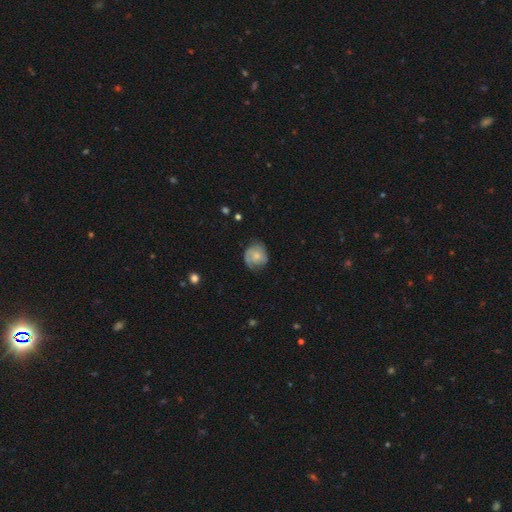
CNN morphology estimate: Overall: featured or disk (56%; smooth 37%). Edge-on disk: no (97%). Bar: no (75%). Spiral arms: yes (85%). Bulge size: small (49%; moderate 40%). Merging: none (63%; minor disturbance 25%).